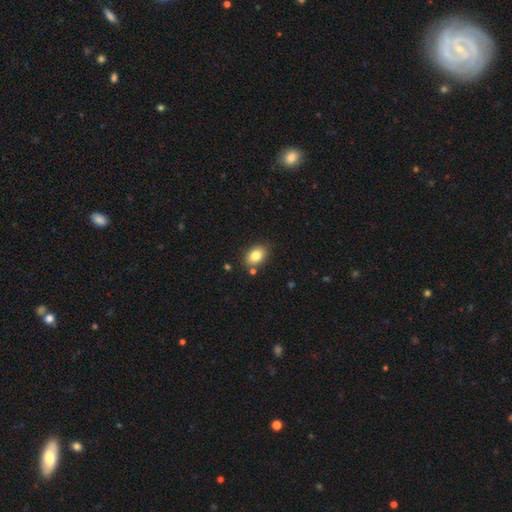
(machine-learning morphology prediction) smooth 82%, featured or disk 9%, star or artifact 9%. Down the decision tree: how rounded — in between (81%); merging — none (81%).